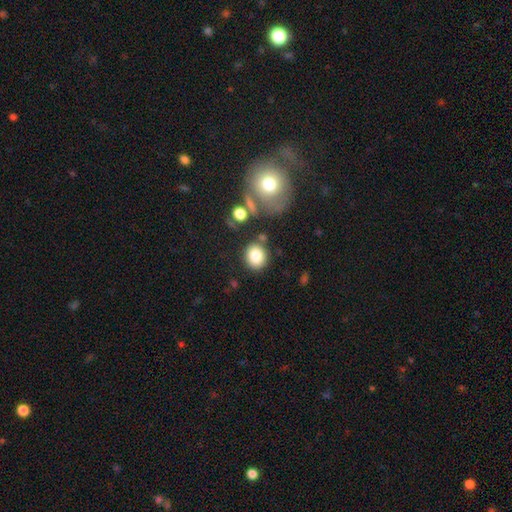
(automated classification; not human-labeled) smooth-or-featured: smooth: 81% | star or artifact: 10% | featured or disk: 8%
  how-rounded: round: 73% | in between: 26% | cigar-shaped: 1%
  merging: none: 78% | minor disturbance: 11% | merger: 8% | major disturbance: 4%